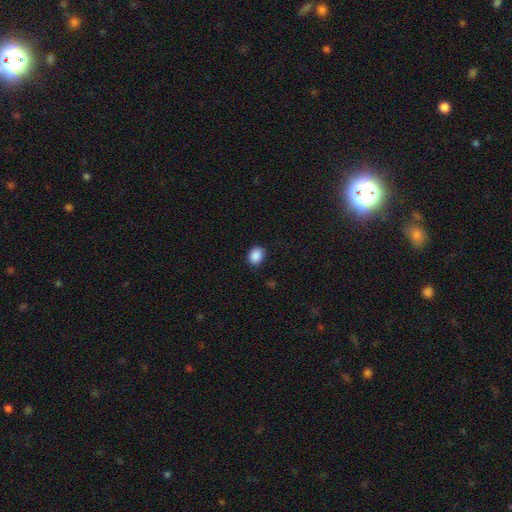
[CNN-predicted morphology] Q: Smooth or featured?
A: smooth (89%); runner-up: star or artifact (8%)
Q: How rounded?
A: in between (58%); runner-up: round (41%)
Q: Merging?
A: none (87%); runner-up: minor disturbance (9%)